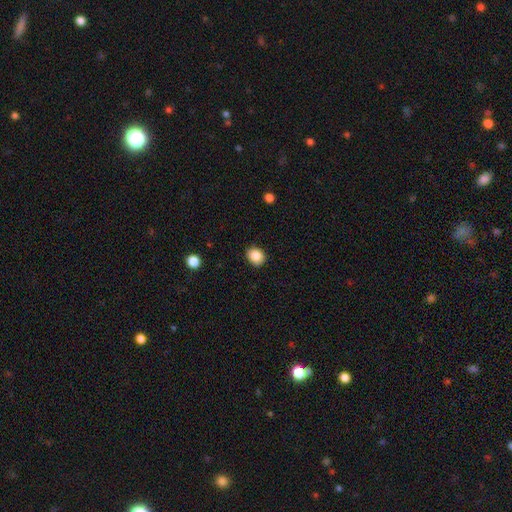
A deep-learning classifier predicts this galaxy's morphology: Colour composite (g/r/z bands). It shows a smooth galaxy with no disk features (87%) that is round (63%). Merging: none (88%).